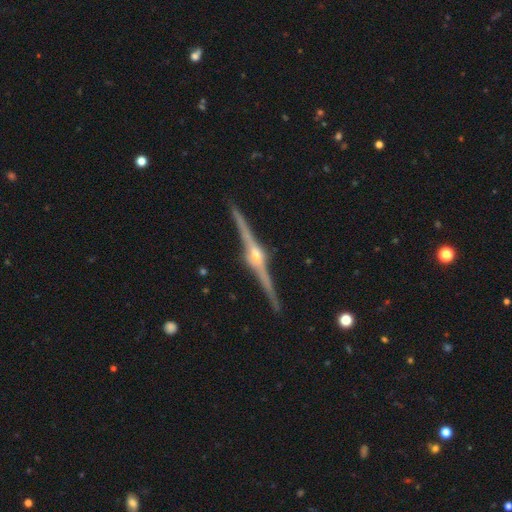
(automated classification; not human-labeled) A featured or disk galaxy (92%) viewed edge-on (99%) with a rounded central bulge (90%).

Vote fractions:
- Smooth or featured? featured or disk: 92% / star or artifact: 4% / smooth: 4%
- Edge-on disk? yes: 99% / no: 1%
- Edge-on bulge? rounded: 90% / boxy: 7% / none: 3%
- Merging? none: 92% / minor disturbance: 5% / major disturbance: 1% / merger: 1%